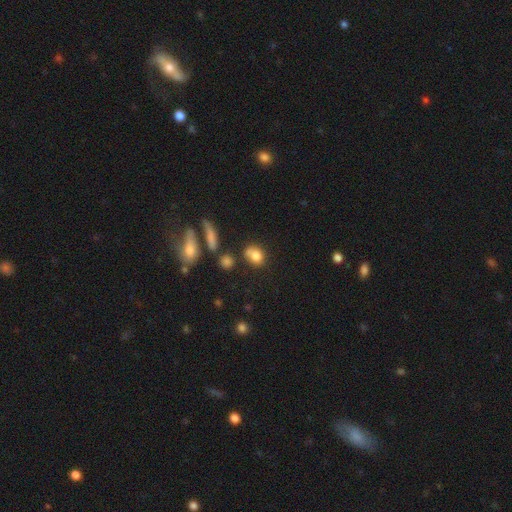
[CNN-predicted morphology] Smooth or featured? smooth (79%)
How rounded? round (51%)
Merging? none (51%)